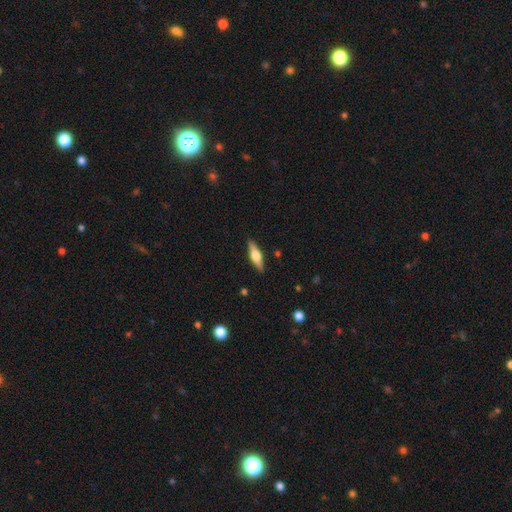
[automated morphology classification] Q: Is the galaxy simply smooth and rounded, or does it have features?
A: featured or disk — 55%.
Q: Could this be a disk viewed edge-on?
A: yes — 95%.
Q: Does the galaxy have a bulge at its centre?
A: rounded — 92%.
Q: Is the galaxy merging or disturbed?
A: none — 89%.